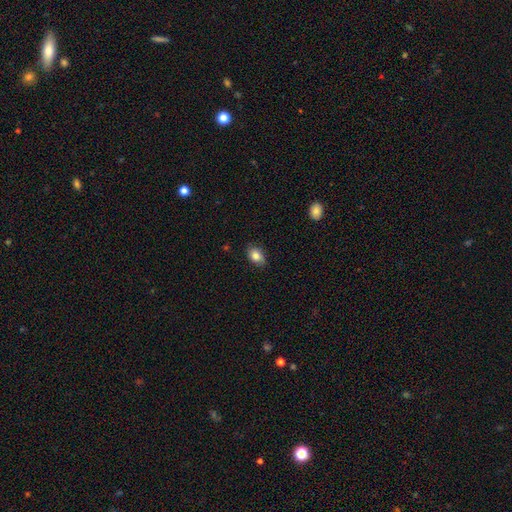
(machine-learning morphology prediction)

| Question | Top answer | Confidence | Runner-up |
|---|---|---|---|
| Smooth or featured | smooth | 84% | star or artifact (8%) |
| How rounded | in between | 80% | round (19%) |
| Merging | none | 81% | minor disturbance (15%) |